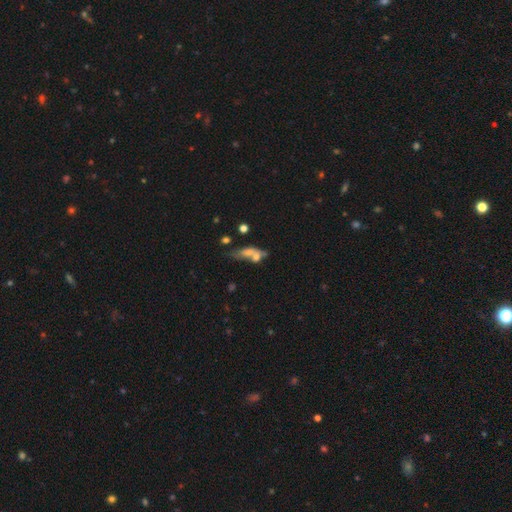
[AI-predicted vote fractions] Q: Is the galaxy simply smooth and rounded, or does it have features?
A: smooth — 55%.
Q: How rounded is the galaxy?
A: in between — 56%.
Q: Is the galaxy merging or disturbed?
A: merger — 39%.